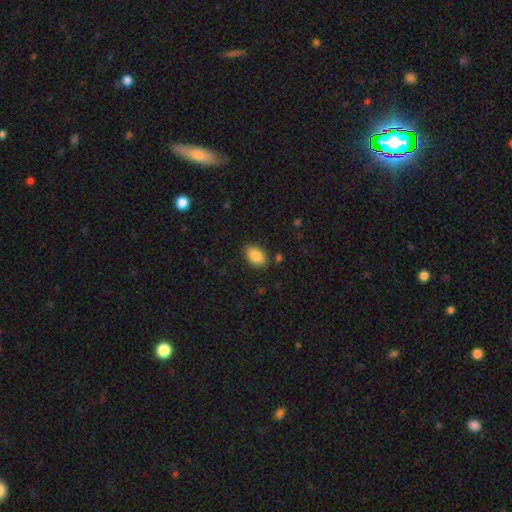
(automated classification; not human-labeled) Smooth or featured: smooth — 88% (star or artifact — 7%)
How rounded: in between — 91% (round — 8%)
Merging: none — 85% (minor disturbance — 10%)